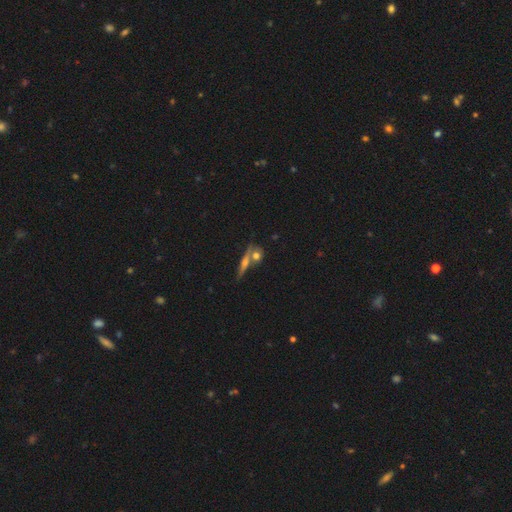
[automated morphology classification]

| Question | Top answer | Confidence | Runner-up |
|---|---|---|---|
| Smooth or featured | smooth | 47% | featured or disk (42%) |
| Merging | none | 55% | merger (32%) |